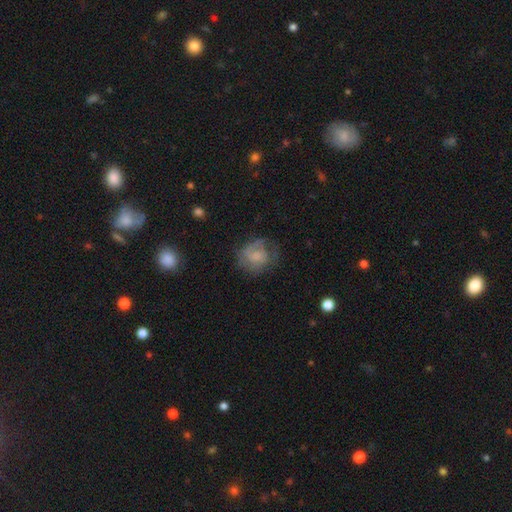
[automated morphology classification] Q: Smooth or featured?
A: smooth (50%); runner-up: featured or disk (41%)
Q: Merging?
A: none (52%); runner-up: minor disturbance (25%)